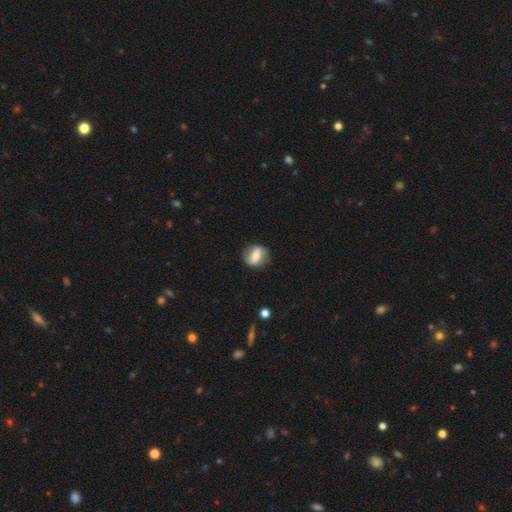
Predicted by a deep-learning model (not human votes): Morphology: type=smooth (55%); roundness=round (50%); merging=none (78%).